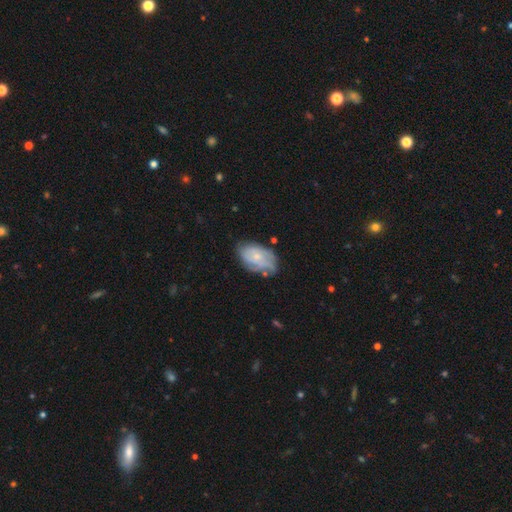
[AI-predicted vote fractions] A featured or disk galaxy (56%) with no bar (77%), spiral arms (78%) and a small central bulge (69%). Merging: none (60%).